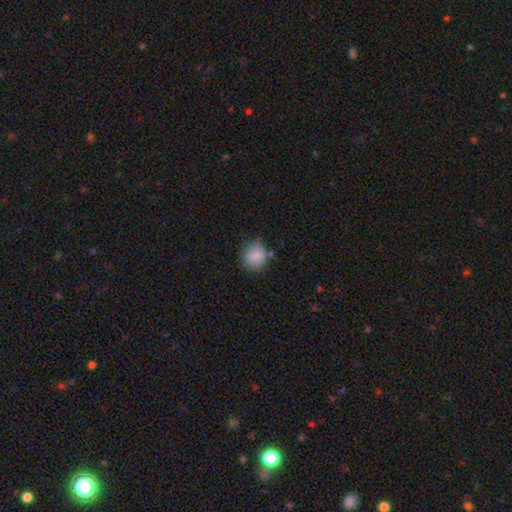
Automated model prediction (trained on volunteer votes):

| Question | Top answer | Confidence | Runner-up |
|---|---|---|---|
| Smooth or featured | smooth | 85% | star or artifact (8%) |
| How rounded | round | 82% | in between (17%) |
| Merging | none | 70% | minor disturbance (21%) |